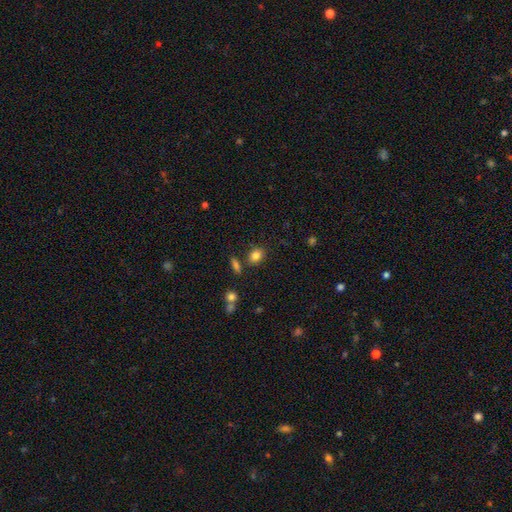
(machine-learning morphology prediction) type=smooth (83%); roundness=in between (54%); merging=none (78%).